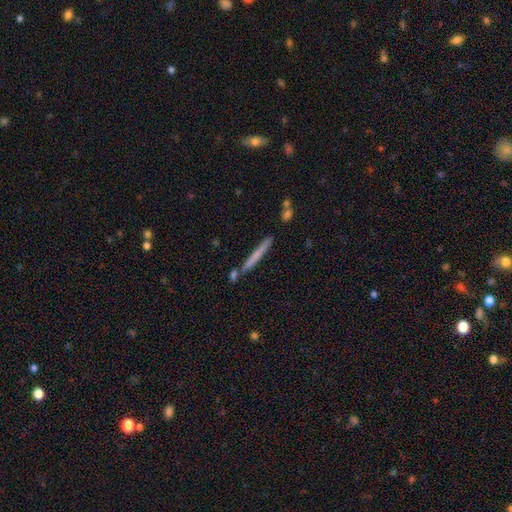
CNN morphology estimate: Overall: smooth (60%; featured or disk 34%). How rounded: cigar-shaped (97%). Merging: none (82%).